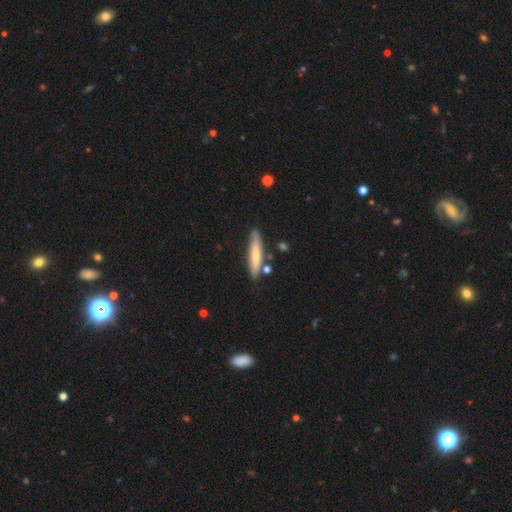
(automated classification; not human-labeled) Smooth or featured? Predicted: smooth (p=0.64). How rounded? Predicted: cigar-shaped (p=0.85). Merging? Predicted: none (p=0.75).